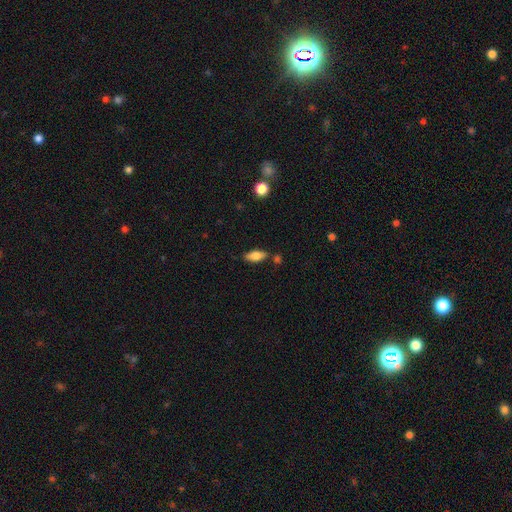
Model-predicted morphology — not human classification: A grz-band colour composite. It shows a smooth galaxy with no disk features (68%) that is in between round and cigar-shaped (73%). Merging: none (79%).